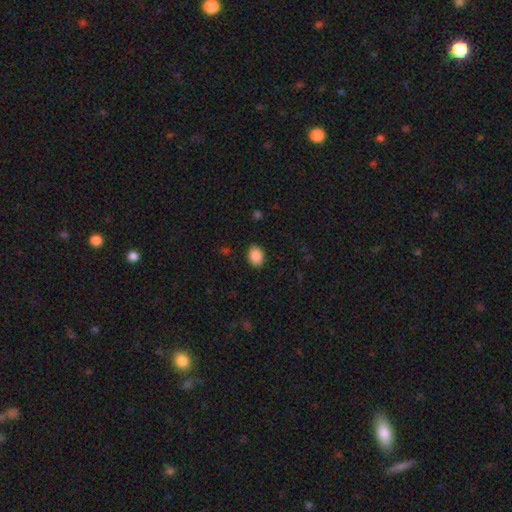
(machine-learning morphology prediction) A smooth galaxy with no disk features (89%) that is in between round and cigar-shaped (72%). Merging: none (88%).